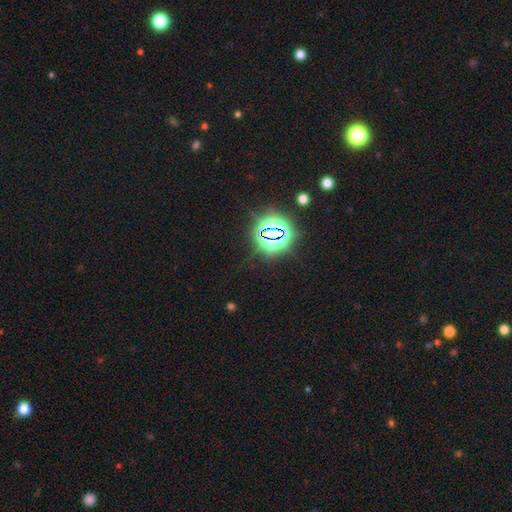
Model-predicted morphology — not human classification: This appears to be a star or artifact, not a galaxy (81%).